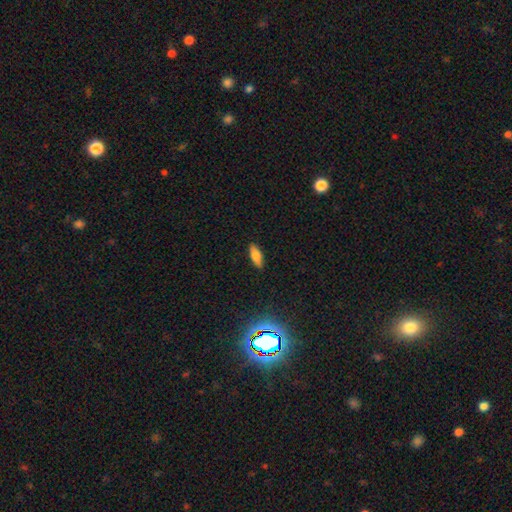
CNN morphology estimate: This is likely a smooth galaxy (71%). How rounded: likely in between (62%). Merging: clearly none (89%).